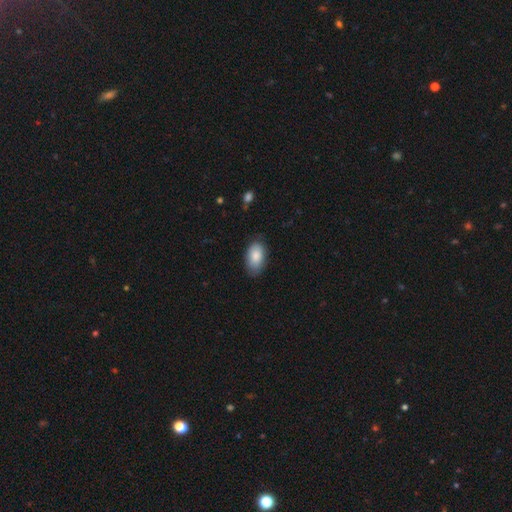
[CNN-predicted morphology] type=smooth (86%); roundness=in between (93%); merging=none (79%).